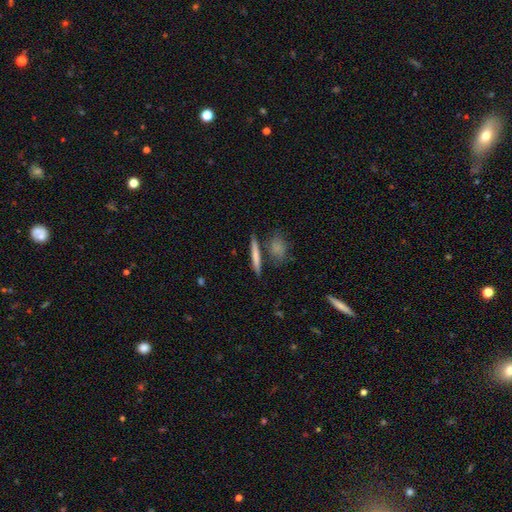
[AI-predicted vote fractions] This is likely a smooth galaxy (67%). How rounded: clearly cigar-shaped (86%). Merging: likely none (75%).